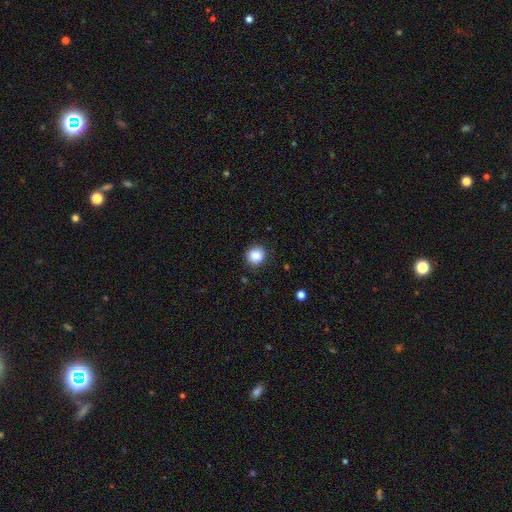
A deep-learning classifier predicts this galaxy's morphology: The model was most divided on "how rounded": round: 87%, in between: 12%, cigar-shaped: 1%. More confident: merging — none (87%); smooth or featured — smooth (86%).